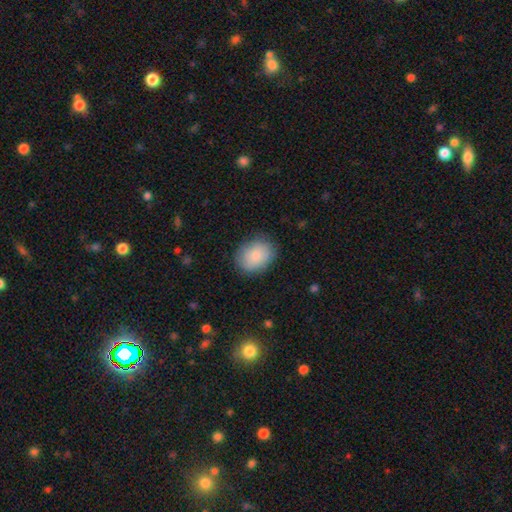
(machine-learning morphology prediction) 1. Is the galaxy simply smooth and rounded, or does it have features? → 85% smooth, 9% featured or disk, 7% star or artifact.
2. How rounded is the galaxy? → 54% in between, 46% round, 1% cigar-shaped.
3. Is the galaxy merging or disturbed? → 82% none, 14% minor disturbance, 4% major disturbance, 1% merger.